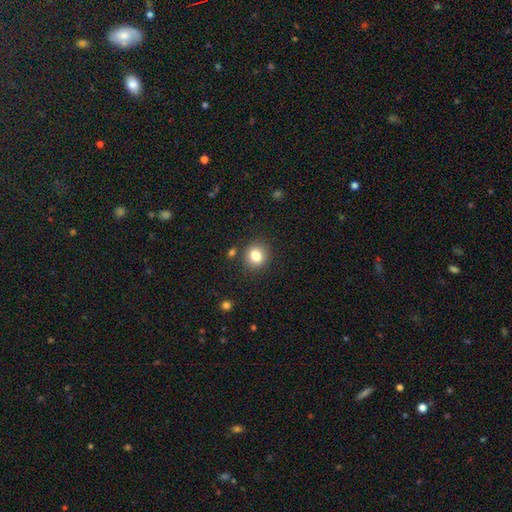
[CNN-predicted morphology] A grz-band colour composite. It shows a smooth galaxy with no disk features (82%) that is round (76%). Merging: none (85%).